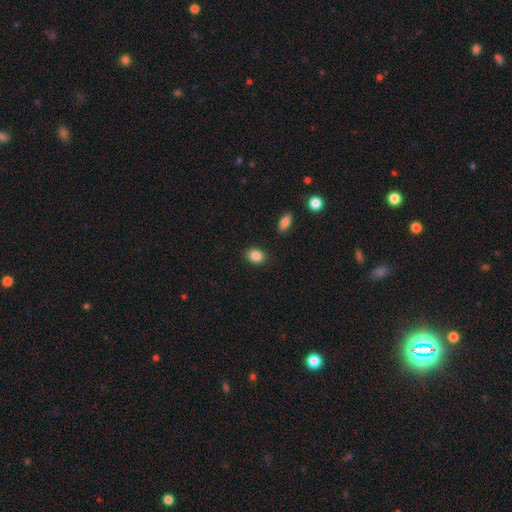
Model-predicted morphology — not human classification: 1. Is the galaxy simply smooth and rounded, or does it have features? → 87% smooth, 8% star or artifact, 5% featured or disk.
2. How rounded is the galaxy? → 63% in between, 36% round, 1% cigar-shaped.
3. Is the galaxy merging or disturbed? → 89% none, 8% minor disturbance, 2% major disturbance, 2% merger.